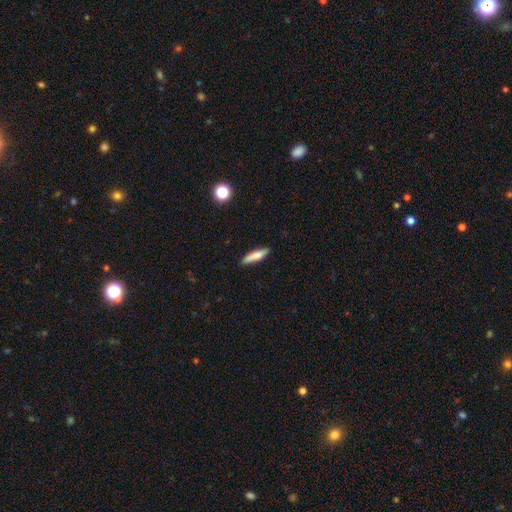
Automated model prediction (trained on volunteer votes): Smooth or featured? smooth (74%)
How rounded? cigar-shaped (80%)
Merging? none (87%)